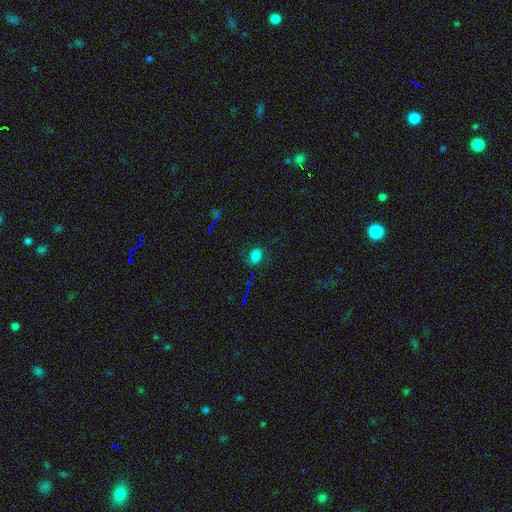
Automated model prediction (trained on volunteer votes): A smooth galaxy with no disk features (66%) that is in between round and cigar-shaped (50%).

Vote fractions:
- Smooth or featured? smooth: 66% / star or artifact: 19% / featured or disk: 15%
- How rounded? in between: 50% / round: 48% / cigar-shaped: 2%
- Merging? none: 67% / minor disturbance: 20% / major disturbance: 11% / merger: 2%